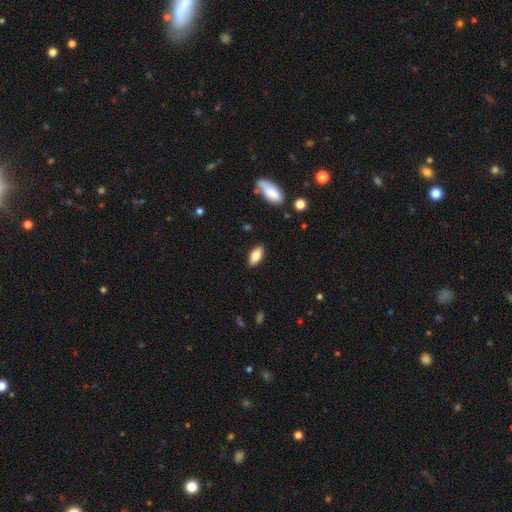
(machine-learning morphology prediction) A smooth galaxy with no disk features (82%) that is in between round and cigar-shaped (89%).

Vote fractions:
- Smooth or featured? smooth: 82% / featured or disk: 11% / star or artifact: 7%
- How rounded? in between: 89% / cigar-shaped: 8% / round: 3%
- Merging? none: 87% / minor disturbance: 10% / major disturbance: 2% / merger: 1%